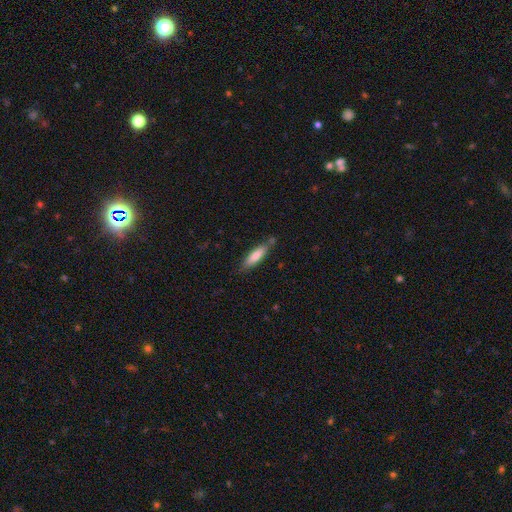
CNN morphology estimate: A smooth galaxy with no disk features (76%) that is cigar-shaped (69%). Merging: none (73%).